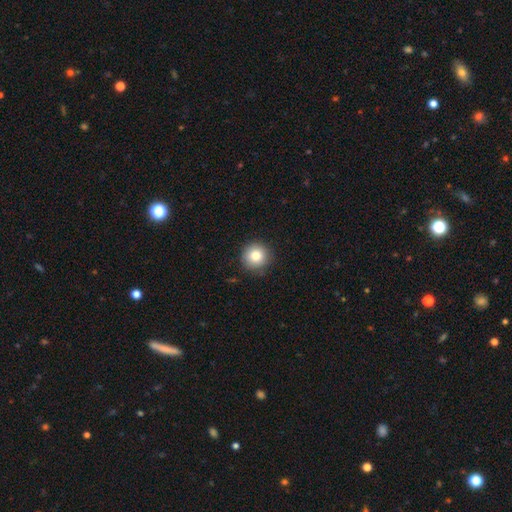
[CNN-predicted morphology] This is clearly a smooth galaxy (83%). How rounded: clearly round (95%). Merging: clearly none (88%).